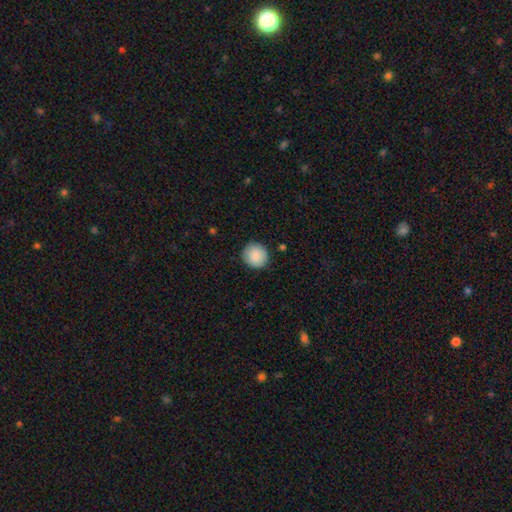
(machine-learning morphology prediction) Smooth or featured: smooth — 90% (star or artifact — 7%)
How rounded: round — 92% (in between — 7%)
Merging: none — 90% (minor disturbance — 7%)